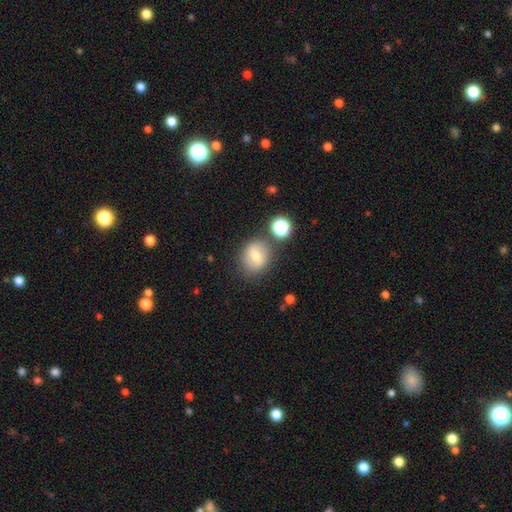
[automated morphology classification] The model was most divided on "smooth or featured": smooth: 59%, featured or disk: 29%, star or artifact: 11%. More confident: merging — none (74%); how rounded — round (66%).